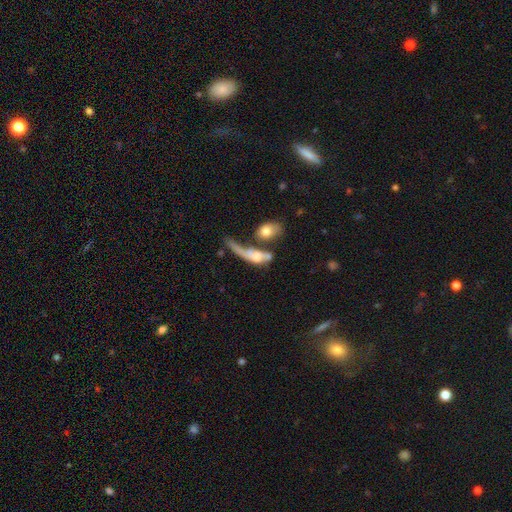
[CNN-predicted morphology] smooth_or_featured: smooth (p=0.49) [alt: featured or disk p=0.43]
merging: merger (p=0.44) [alt: major disturbance p=0.30]